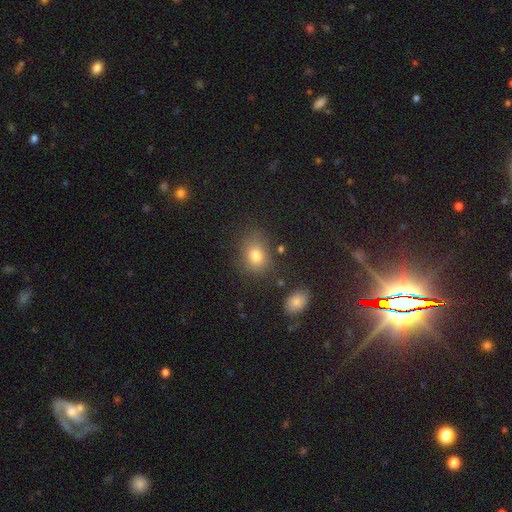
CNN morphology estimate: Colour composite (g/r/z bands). It shows a smooth galaxy with no disk features (78%) that is in between round and cigar-shaped (55%). Merging: none (72%).